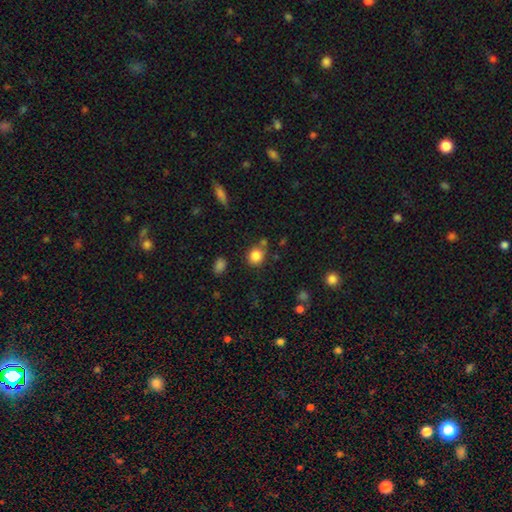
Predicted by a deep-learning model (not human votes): smooth 84%, star or artifact 11%, featured or disk 5%. Down the decision tree: how rounded — round (81%); merging — none (69%).